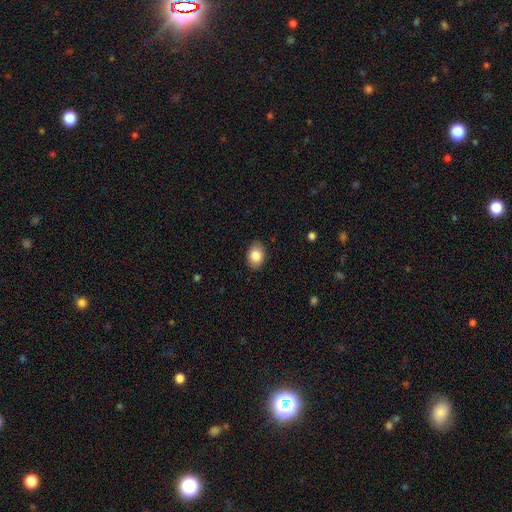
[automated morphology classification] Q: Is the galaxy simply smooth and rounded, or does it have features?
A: smooth — 84%.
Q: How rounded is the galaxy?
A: in between — 75%.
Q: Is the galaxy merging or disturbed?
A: none — 88%.